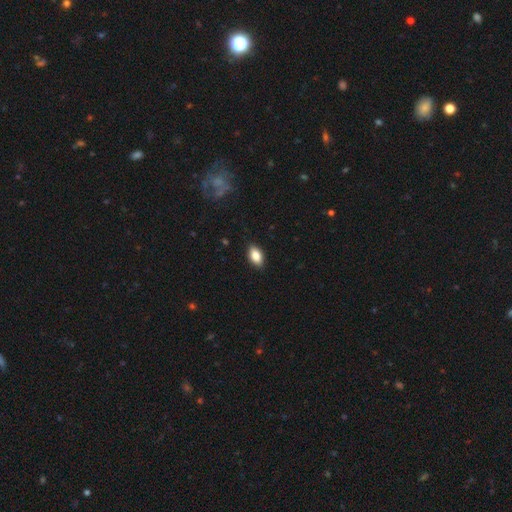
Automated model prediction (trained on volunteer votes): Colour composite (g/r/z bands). It shows a smooth galaxy with no disk features (84%) that is in between round and cigar-shaped (91%). Merging: none (88%).